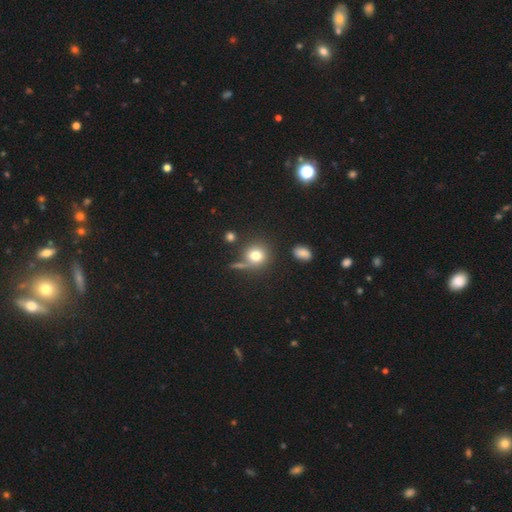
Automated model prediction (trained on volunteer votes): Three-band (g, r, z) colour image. It shows a smooth galaxy with no disk features (76%) that is round (87%). Merging: none (68%).